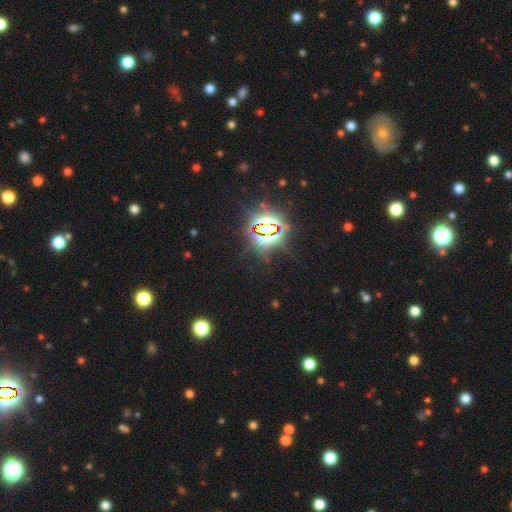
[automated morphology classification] This appears to be a star or artifact, not a galaxy (81%).